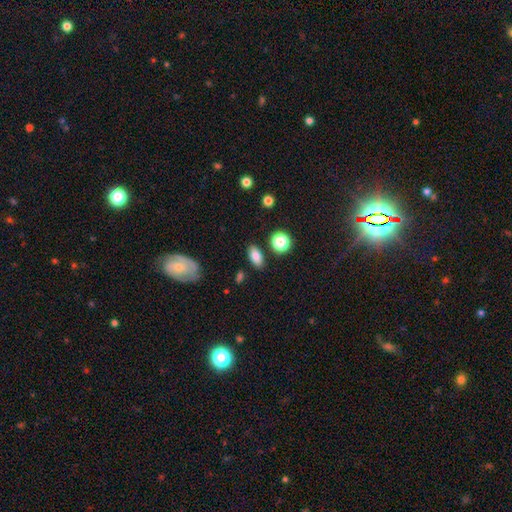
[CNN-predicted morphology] This is clearly a smooth galaxy (80%). How rounded: clearly in between (85%). Merging: clearly none (85%).